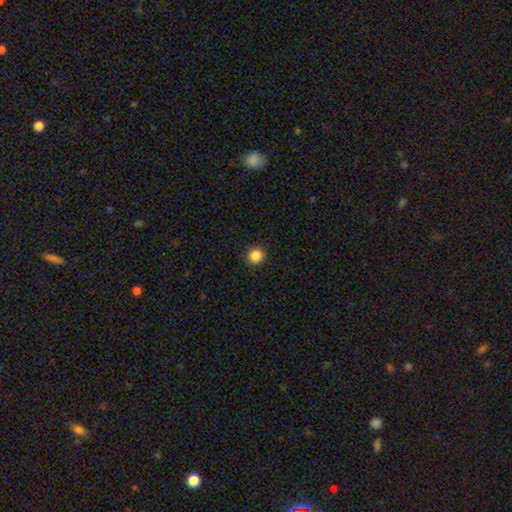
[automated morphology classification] Smooth or featured? Predicted: smooth (p=0.86). How rounded? Predicted: round (p=0.95). Merging? Predicted: none (p=0.93).